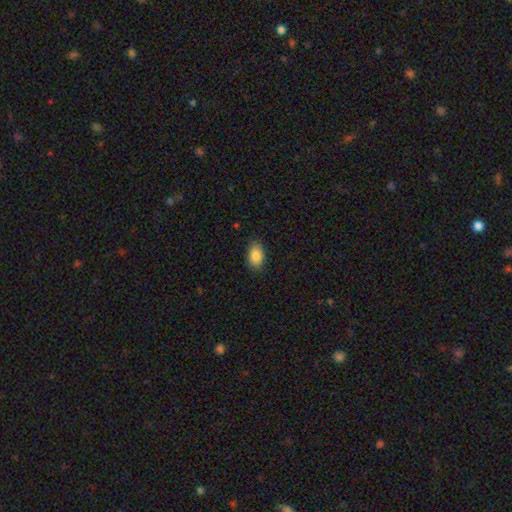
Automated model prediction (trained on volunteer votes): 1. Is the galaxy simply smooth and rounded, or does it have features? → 88% smooth, 7% star or artifact, 5% featured or disk.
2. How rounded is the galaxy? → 87% in between, 12% round, 1% cigar-shaped.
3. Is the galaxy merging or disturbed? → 83% none, 13% minor disturbance, 3% major disturbance, 1% merger.